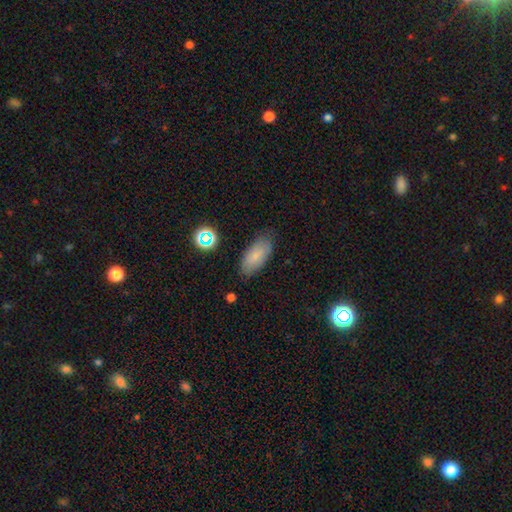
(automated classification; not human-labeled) Smooth or featured: smooth — 76% (featured or disk — 14%)
How rounded: in between — 88% (cigar-shaped — 9%)
Merging: none — 78% (minor disturbance — 16%)